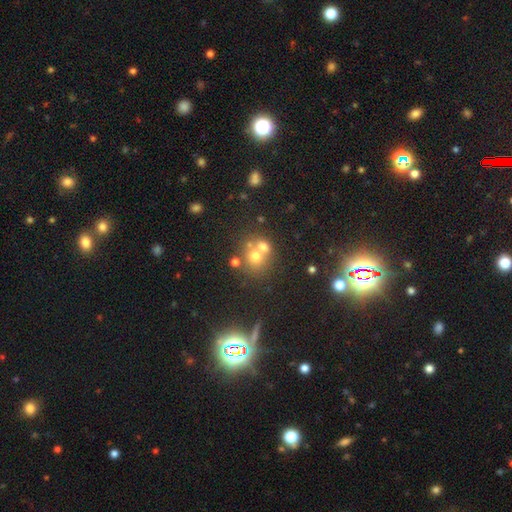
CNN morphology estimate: Smooth or featured? smooth (57%)
How rounded? round (81%)
Merging? merger (47%)